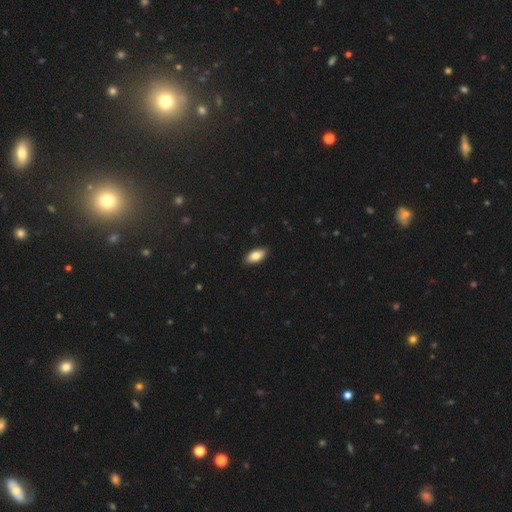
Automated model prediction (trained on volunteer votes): The model was most divided on "smooth or featured": smooth: 84%, featured or disk: 10%, star or artifact: 7%. More confident: how rounded — in between (91%); merging — none (90%).